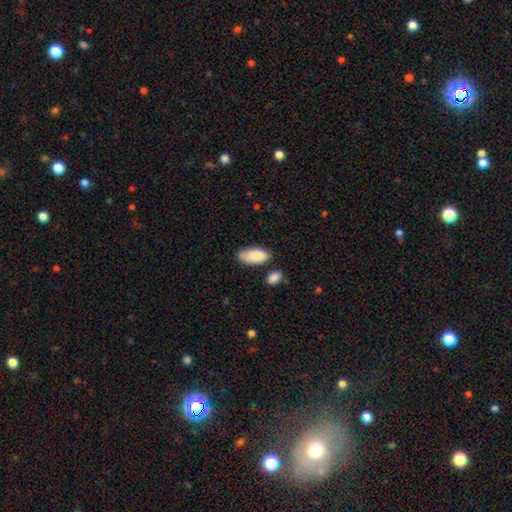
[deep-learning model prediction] The model was most divided on "merging": none: 60%, minor disturbance: 25%, merger: 9%, major disturbance: 5%. More confident: how rounded — in between (91%); smooth or featured — smooth (86%).